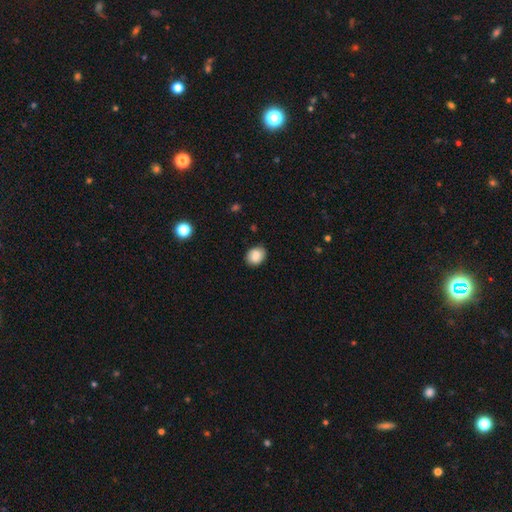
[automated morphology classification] The model was most divided on "how rounded": round: 52%, in between: 47%, cigar-shaped: 1%. More confident: merging — none (84%); smooth or featured — smooth (84%).